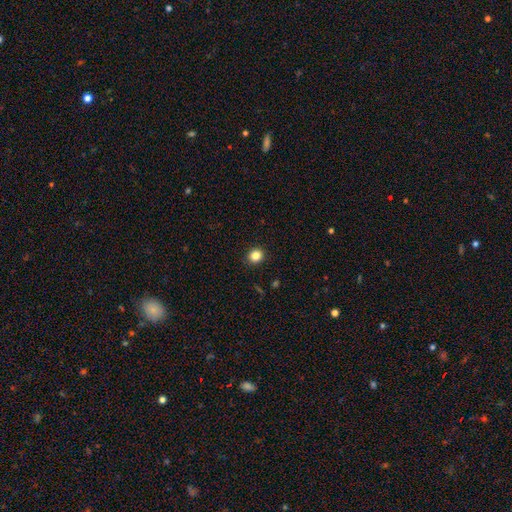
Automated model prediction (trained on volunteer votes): Overall: smooth (84%). How rounded: round (82%). Merging: none (92%).